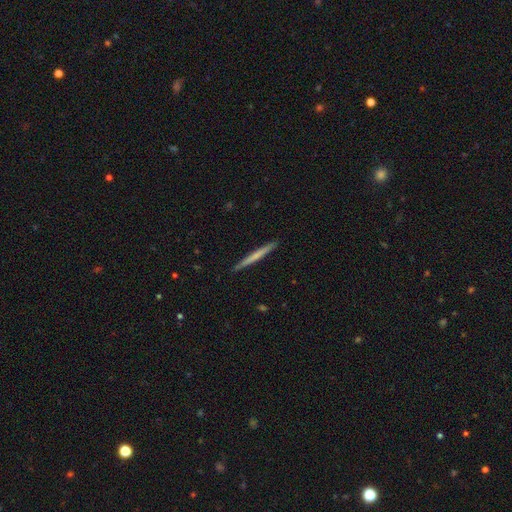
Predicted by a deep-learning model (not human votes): Smooth or featured: smooth — 55% (featured or disk — 40%)
How rounded: cigar-shaped — 97% (in between — 2%)
Merging: none — 92% (minor disturbance — 6%)